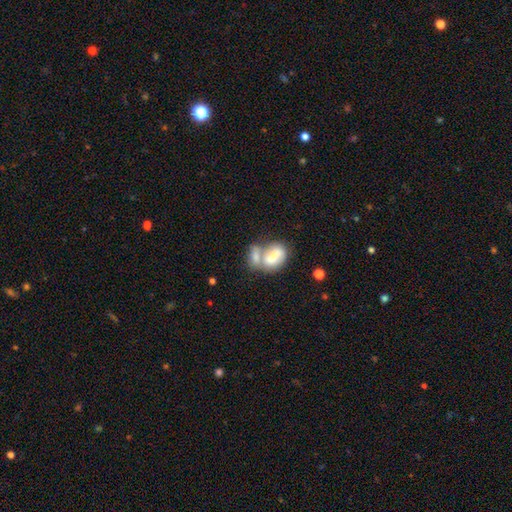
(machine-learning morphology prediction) Smooth or featured: smooth — 64% (featured or disk — 29%)
How rounded: in between — 83% (round — 13%)
Merging: merger — 65% (none — 20%)